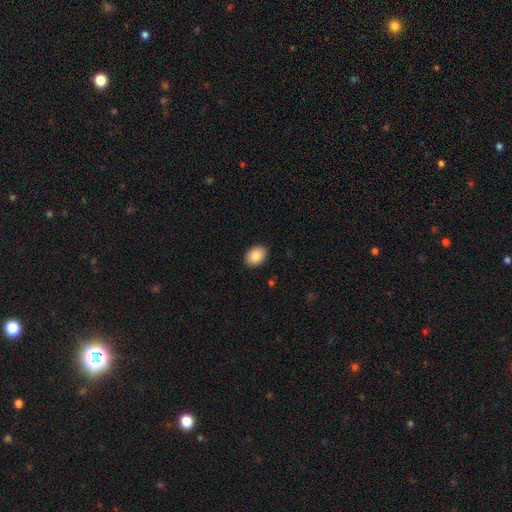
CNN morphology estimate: smooth-or-featured: smooth: 86% | featured or disk: 7% | star or artifact: 7%
  how-rounded: in between: 72% | round: 27% | cigar-shaped: 1%
  merging: none: 90% | minor disturbance: 7% | major disturbance: 2% | merger: 1%